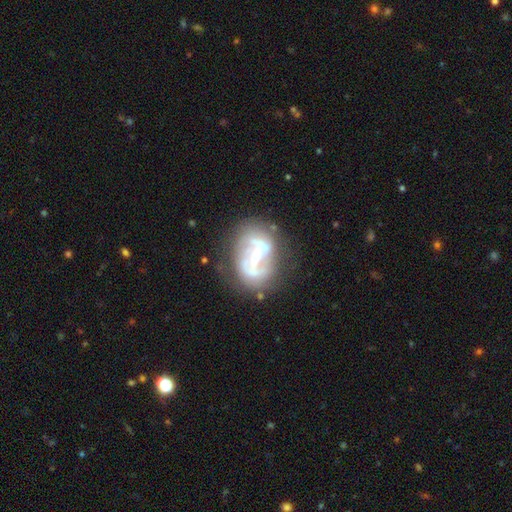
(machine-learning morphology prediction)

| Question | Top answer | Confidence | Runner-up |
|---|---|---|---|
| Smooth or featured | featured or disk | 81% | smooth (12%) |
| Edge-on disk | no | 96% | yes (4%) |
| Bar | strong | 46% | weak (34%) |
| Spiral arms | yes | 72% | no (28%) |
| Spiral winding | medium | 41% | tight (34%) |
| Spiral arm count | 2 | 65% | can't tell (20%) |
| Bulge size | moderate | 50% | small (43%) |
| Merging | none | 64% | minor disturbance (20%) |